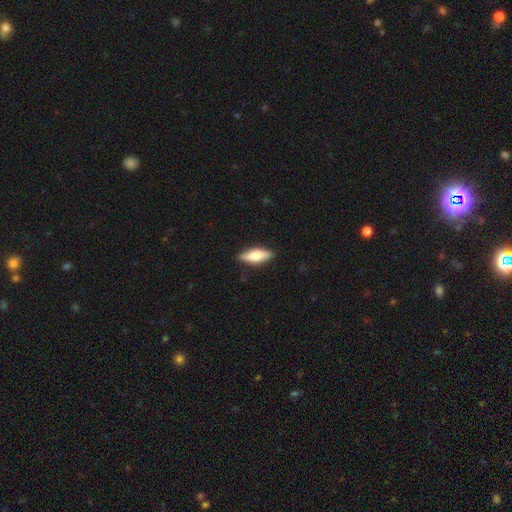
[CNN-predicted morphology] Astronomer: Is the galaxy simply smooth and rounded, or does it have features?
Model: smooth — 59% (runner-up: featured or disk, 35%).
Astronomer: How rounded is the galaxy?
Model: in between — 56% (runner-up: cigar-shaped, 42%).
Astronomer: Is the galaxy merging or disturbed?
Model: none — 87%.